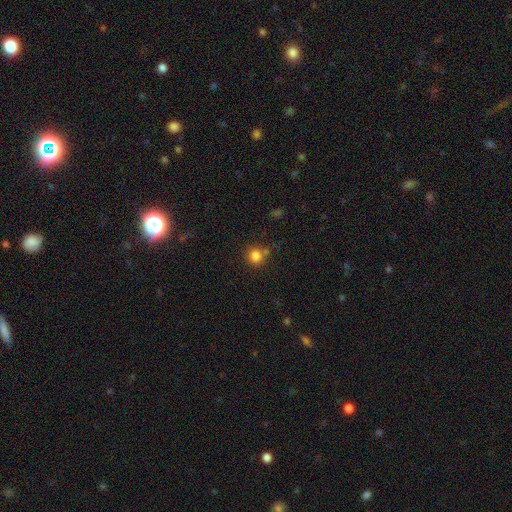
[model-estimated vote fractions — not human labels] A smooth galaxy with no disk features (83%) that is round (88%). Merging: none (72%).